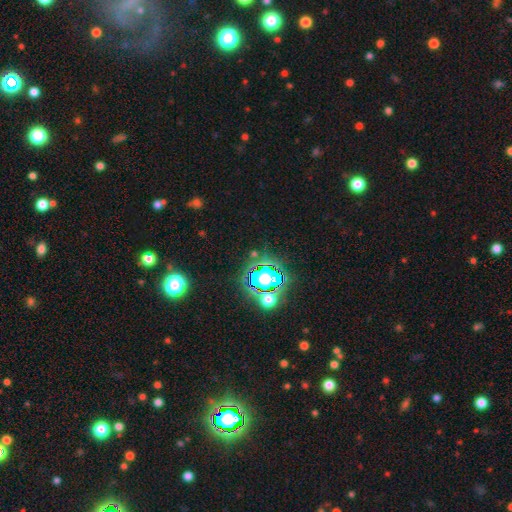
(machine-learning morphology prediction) type=star or artifact (74%).